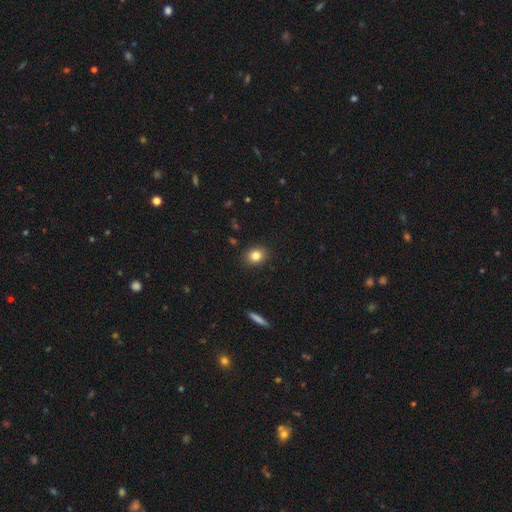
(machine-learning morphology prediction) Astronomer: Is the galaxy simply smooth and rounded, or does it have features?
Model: smooth — 83%.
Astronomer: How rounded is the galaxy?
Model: round — 60% (runner-up: in between, 39%).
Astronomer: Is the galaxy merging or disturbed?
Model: none — 89%.